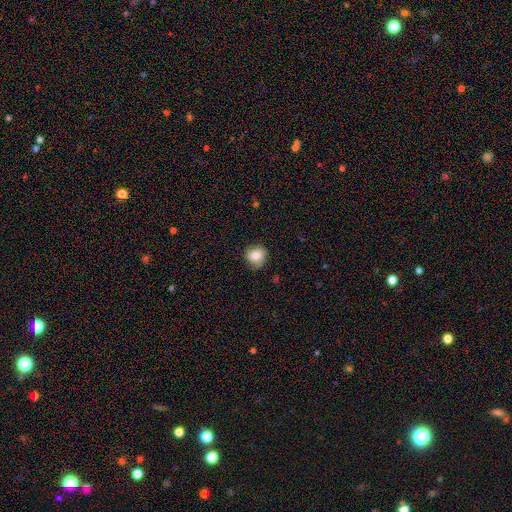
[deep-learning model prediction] A smooth galaxy with no disk features (77%) that is round (76%).

Vote fractions:
- Smooth or featured? smooth: 77% / featured or disk: 14% / star or artifact: 9%
- How rounded? round: 76% / in between: 23% / cigar-shaped: 1%
- Merging? none: 78% / minor disturbance: 17% / major disturbance: 4% / merger: 1%